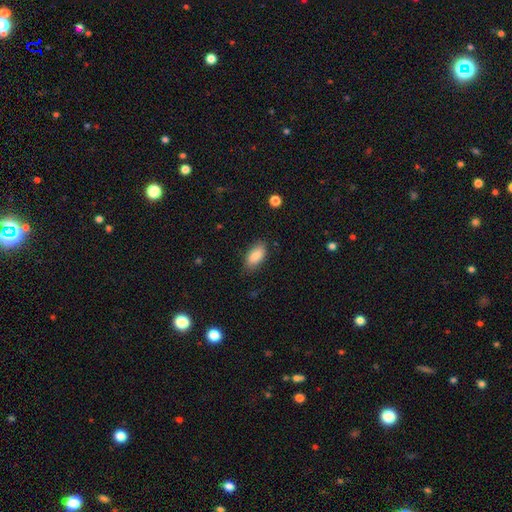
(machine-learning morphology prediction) smooth 87%, star or artifact 7%, featured or disk 6%. Down the decision tree: how rounded — in between (91%); merging — none (81%).